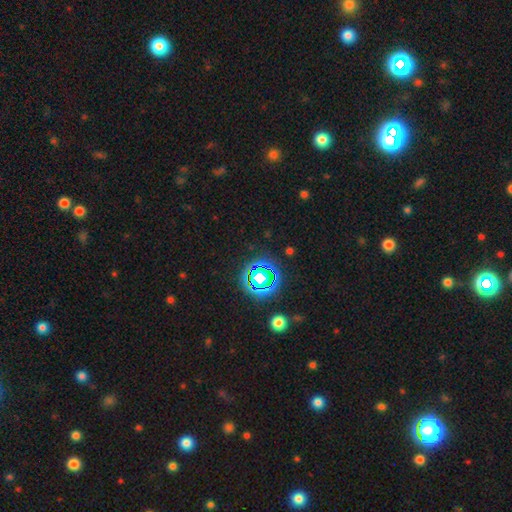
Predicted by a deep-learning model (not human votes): Smooth or featured: star or artifact — 76% (smooth — 16%)